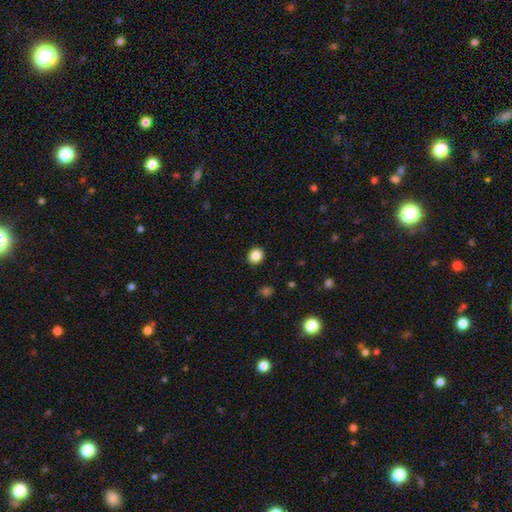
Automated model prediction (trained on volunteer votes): Smooth or featured?
  - smooth: 86% *
  - star or artifact: 10%
  - featured or disk: 4%
How rounded?
  - round: 81% *
  - in between: 19%
  - cigar-shaped: 1%
Merging?
  - none: 91% *
  - minor disturbance: 6%
  - major disturbance: 2%
  - merger: 1%